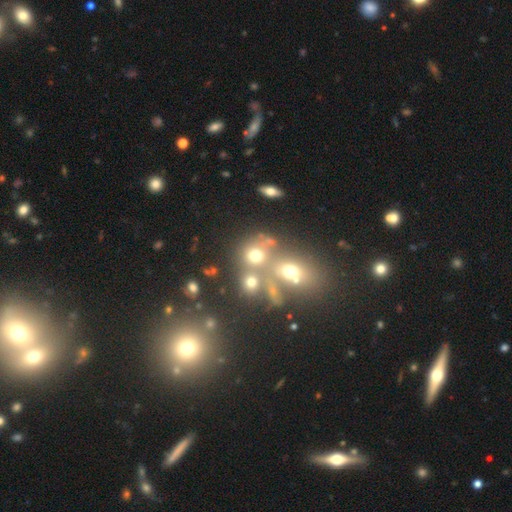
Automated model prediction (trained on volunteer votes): This is likely a smooth galaxy (63%). How rounded: likely round (72%). Merging: marginally merger (43%).